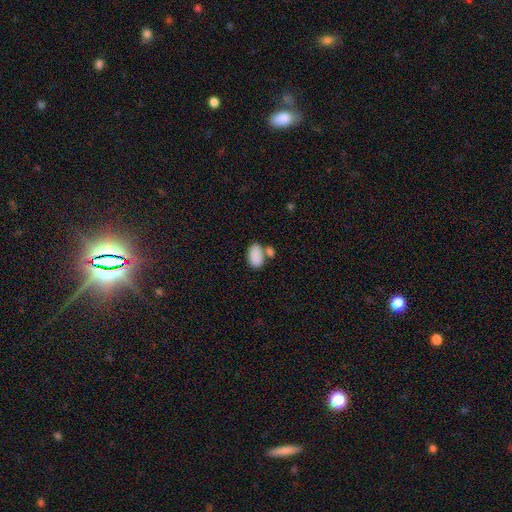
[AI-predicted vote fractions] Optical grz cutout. It shows a smooth galaxy with no disk features (86%) that is in between round and cigar-shaped (93%). Merging: none (52%).